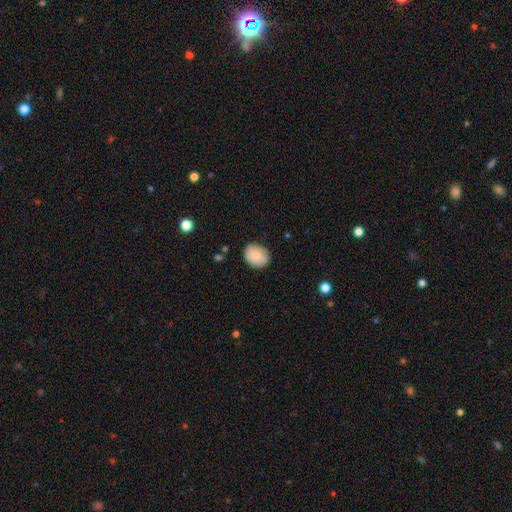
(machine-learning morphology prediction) Overall: smooth (74%). How rounded: round (52%; in between 47%). Merging: none (73%).